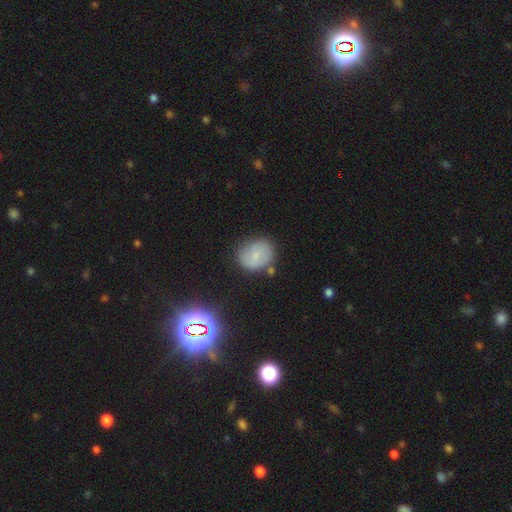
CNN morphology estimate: smooth_or_featured: smooth (p=0.66) [alt: featured or disk p=0.22]
how_rounded: round (p=0.58) [alt: in between p=0.41]
merging: none (p=0.68) [alt: minor disturbance p=0.21]